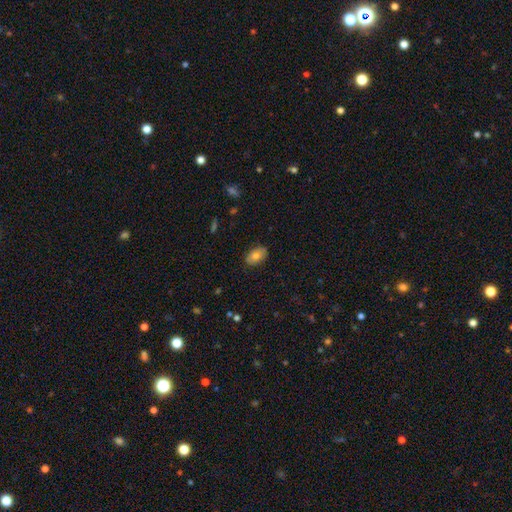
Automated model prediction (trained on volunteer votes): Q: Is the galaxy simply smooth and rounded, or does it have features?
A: smooth — 75%.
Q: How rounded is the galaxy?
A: in between — 88%.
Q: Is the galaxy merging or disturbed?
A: none — 83%.